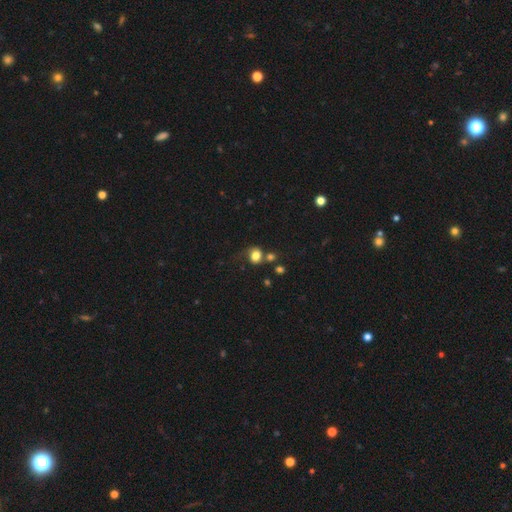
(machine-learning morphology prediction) smooth-or-featured: smooth: 78% | star or artifact: 11% | featured or disk: 11%
  how-rounded: round: 69% | in between: 30% | cigar-shaped: 1%
  merging: none: 44% | minor disturbance: 21% | merger: 19% | major disturbance: 15%